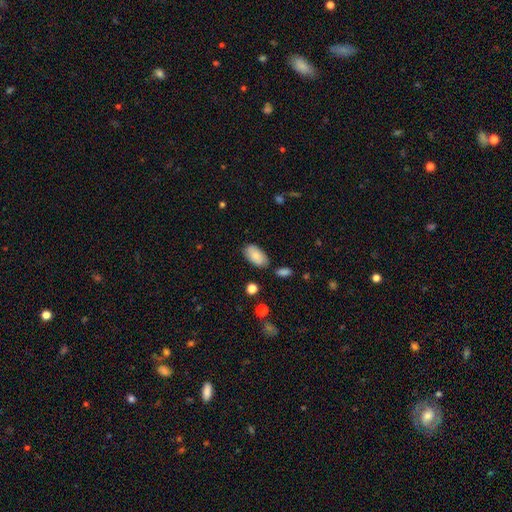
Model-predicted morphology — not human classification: Smooth or featured? Predicted: smooth (p=0.82). How rounded? Predicted: in between (p=0.95). Merging? Predicted: none (p=0.78).